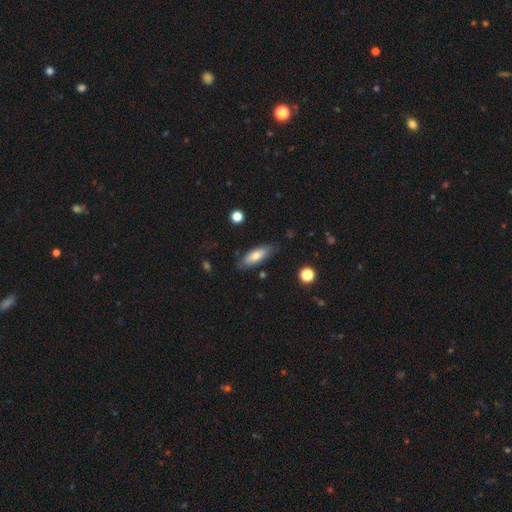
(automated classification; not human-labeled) A smooth galaxy with no disk features (72%) that is in between round and cigar-shaped (65%).

Vote fractions:
- Smooth or featured? smooth: 72% / featured or disk: 22% / star or artifact: 6%
- How rounded? in between: 65% / cigar-shaped: 33% / round: 2%
- Merging? none: 80% / minor disturbance: 15% / major disturbance: 3% / merger: 2%